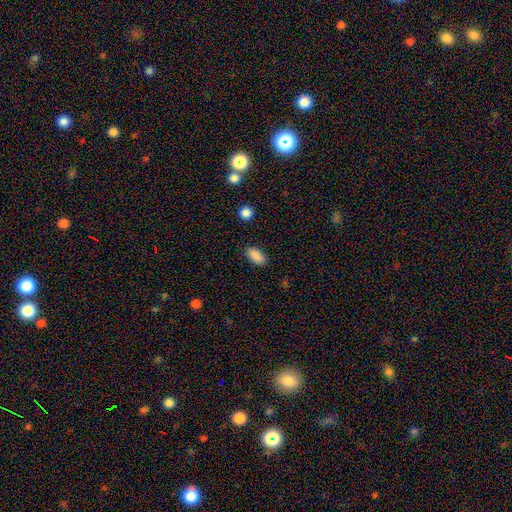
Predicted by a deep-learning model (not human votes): Overall: smooth (88%). How rounded: in between (91%). Merging: none (86%).